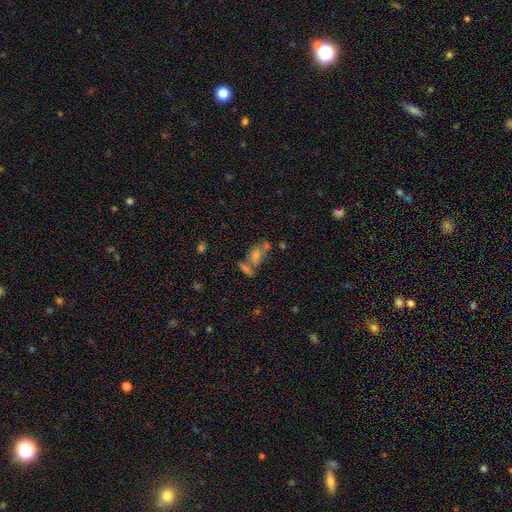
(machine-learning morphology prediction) Overall: smooth (49%; featured or disk 28%). Merging: none (40%; merger 36%).